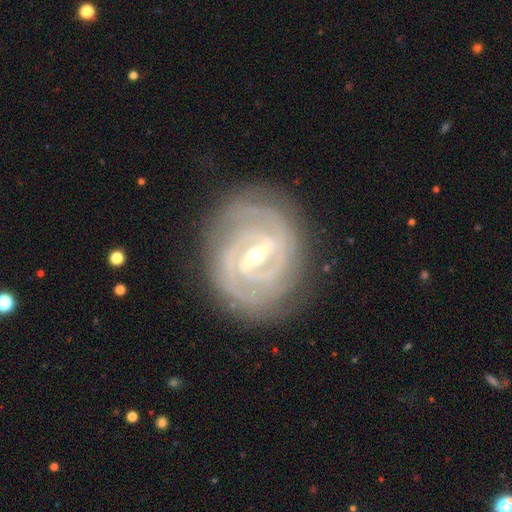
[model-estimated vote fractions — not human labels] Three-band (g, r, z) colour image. It shows a featured or disk galaxy (90%) with a strong bar (63%), 2 (34%) tight (79%) spiral arms (96%) and a moderate central bulge (56%). Merging: none (82%).